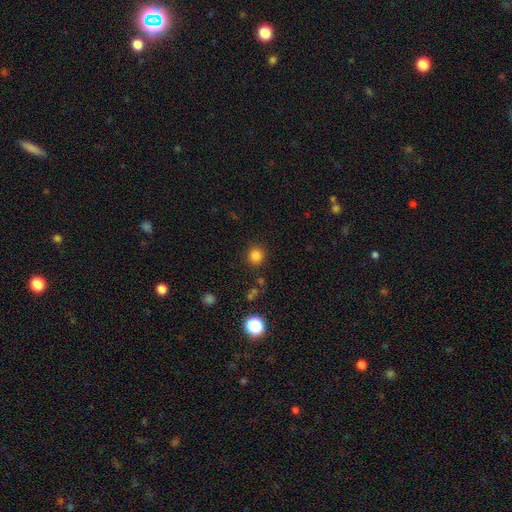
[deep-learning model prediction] Smooth or featured?
  - smooth: 82% *
  - star or artifact: 14%
  - featured or disk: 4%
How rounded?
  - round: 91% *
  - in between: 8%
  - cigar-shaped: 1%
Merging?
  - none: 88% *
  - minor disturbance: 7%
  - major disturbance: 3%
  - merger: 2%